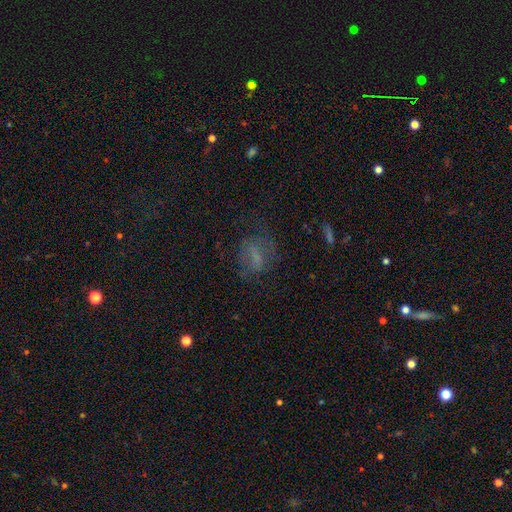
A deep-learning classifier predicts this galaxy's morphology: A smooth galaxy with no disk features (46%).

Vote fractions:
- Smooth or featured? smooth: 46% / featured or disk: 33% / star or artifact: 21%
- Merging? none: 58% / major disturbance: 21% / minor disturbance: 19% / merger: 2%